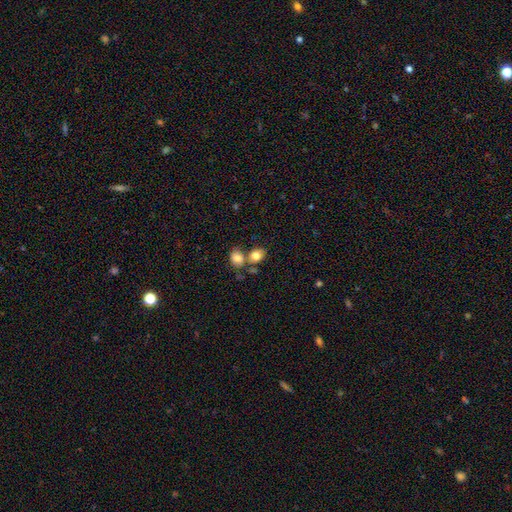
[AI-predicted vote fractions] Q: Smooth or featured?
A: smooth (81%); runner-up: featured or disk (10%)
Q: How rounded?
A: in between (61%); runner-up: round (38%)
Q: Merging?
A: none (51%); runner-up: merger (33%)